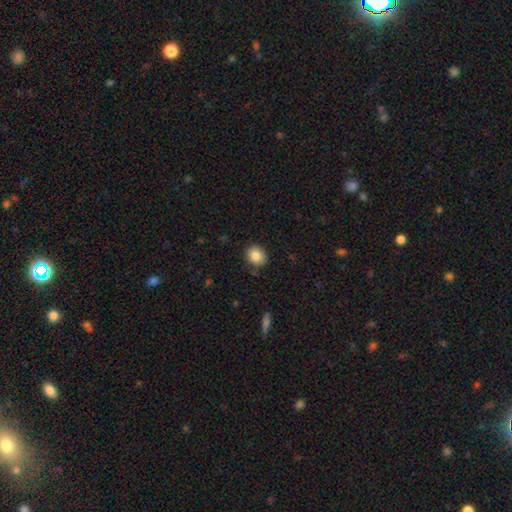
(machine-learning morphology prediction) The model was most divided on "how rounded": round: 71%, in between: 29%, cigar-shaped: 1%. More confident: smooth or featured — smooth (85%); merging — none (83%).